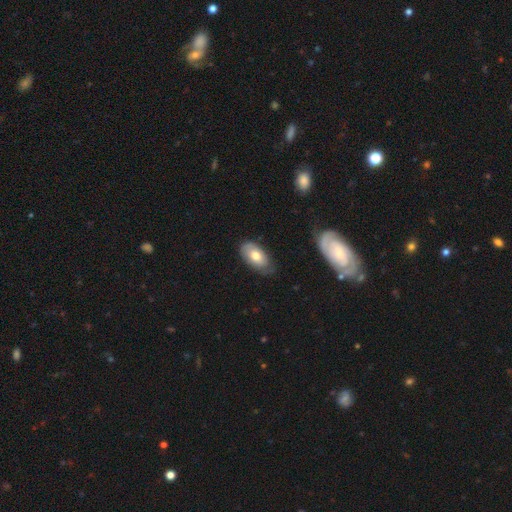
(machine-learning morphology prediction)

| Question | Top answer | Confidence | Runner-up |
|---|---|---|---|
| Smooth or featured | smooth | 67% | featured or disk (27%) |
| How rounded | in between | 93% | round (4%) |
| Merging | none | 65% | minor disturbance (28%) |